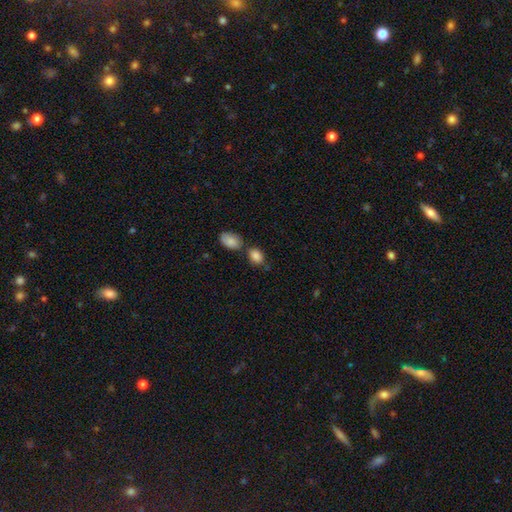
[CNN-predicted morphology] Smooth or featured? Predicted: smooth (p=0.87). How rounded? Predicted: in between (p=0.79). Merging? Predicted: none (p=0.56).